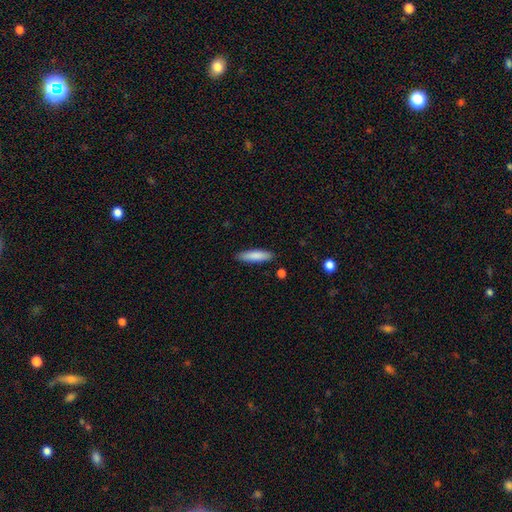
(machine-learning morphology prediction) Smooth or featured? smooth (83%)
How rounded? cigar-shaped (71%)
Merging? none (87%)